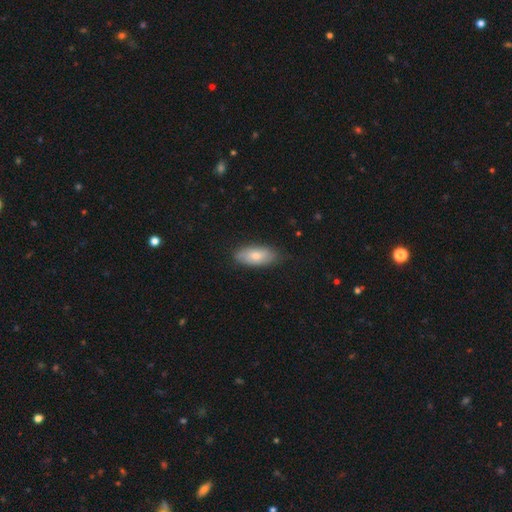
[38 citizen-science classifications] Overall: smooth (74%). How rounded: in between (93%). Merging: none (84%).